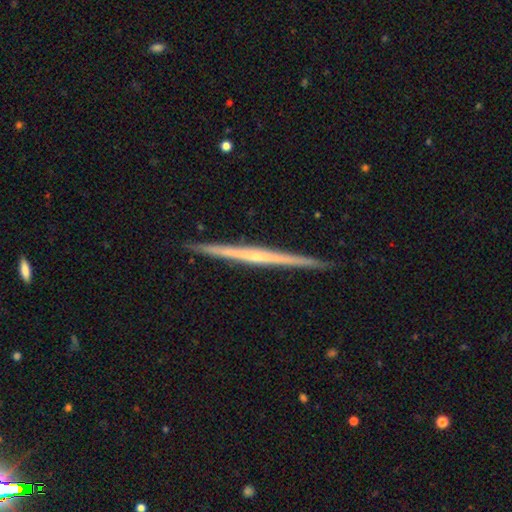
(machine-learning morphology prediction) smooth_or_featured: featured or disk (p=0.75) [alt: smooth p=0.20]
disk_edge_on: yes (p=0.98) [alt: no p=0.02]
edge_on_bulge: none (p=0.64) [alt: rounded p=0.30]
merging: none (p=0.92) [alt: minor disturbance p=0.05]